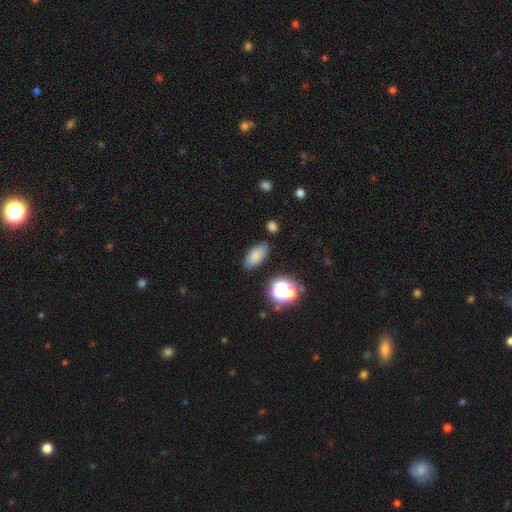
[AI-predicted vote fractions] Smooth or featured? smooth (78%)
How rounded? in between (87%)
Merging? none (82%)